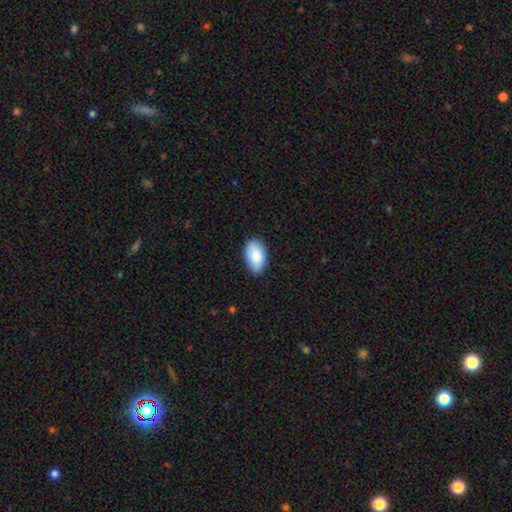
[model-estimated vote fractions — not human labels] This appears to be a smooth galaxy with no disk features (86%) that is in between round and cigar-shaped (94%). Merging: none (83%).